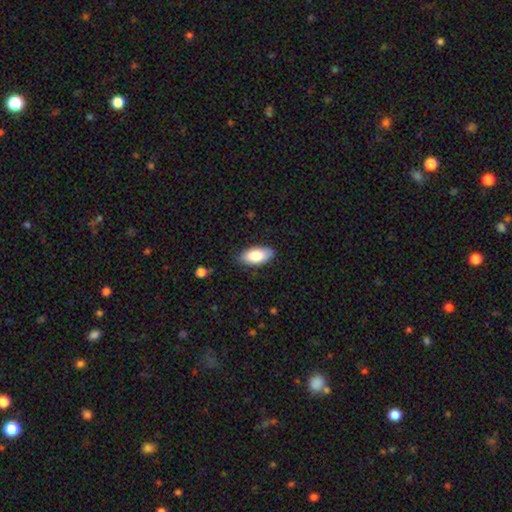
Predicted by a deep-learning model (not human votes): Smooth or featured? Predicted: smooth (p=0.82). How rounded? Predicted: in between (p=0.92). Merging? Predicted: none (p=0.84).